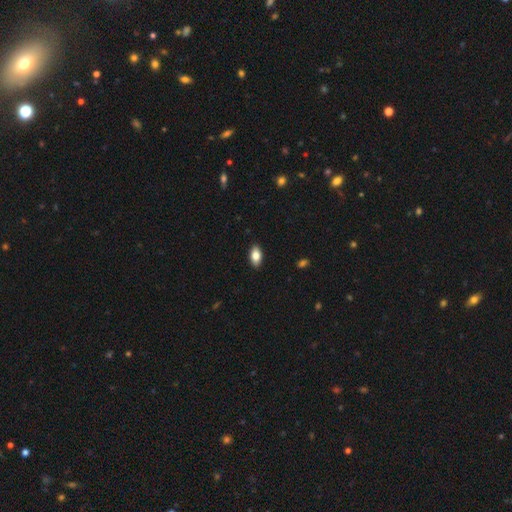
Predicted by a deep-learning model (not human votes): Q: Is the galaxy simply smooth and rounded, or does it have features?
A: smooth — 82%.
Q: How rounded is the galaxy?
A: in between — 92%.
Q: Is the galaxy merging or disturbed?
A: none — 89%.